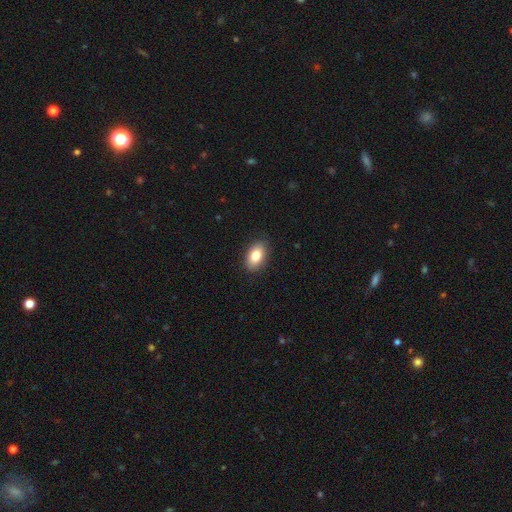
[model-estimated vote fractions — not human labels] This appears to be a smooth galaxy with no disk features (84%) that is in between round and cigar-shaped (92%). Merging: none (88%).